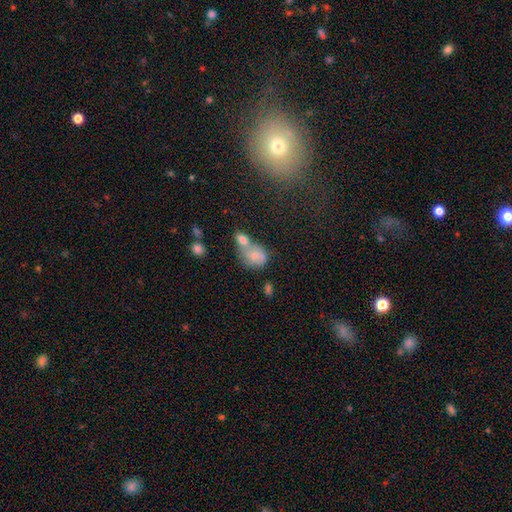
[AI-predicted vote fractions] smooth 70%, featured or disk 19%, star or artifact 10%. Down the decision tree: how rounded — in between (56%); merging — merger (58%).